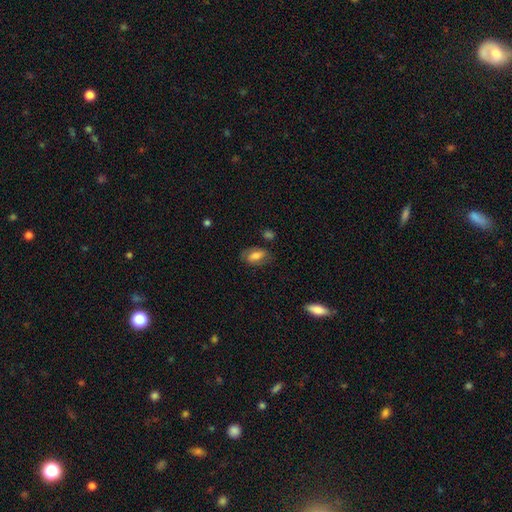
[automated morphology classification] type=smooth (70%); roundness=in between (88%); merging=none (71%).